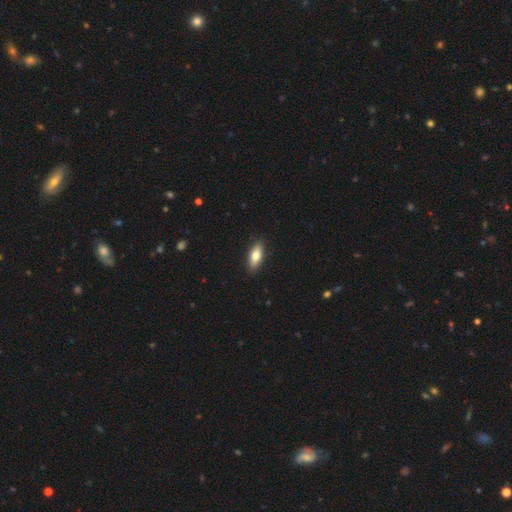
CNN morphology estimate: smooth-or-featured: smooth: 74% | featured or disk: 20% | star or artifact: 6%
  how-rounded: in between: 72% | cigar-shaped: 26% | round: 3%
  merging: none: 89% | minor disturbance: 8% | major disturbance: 2% | merger: 1%